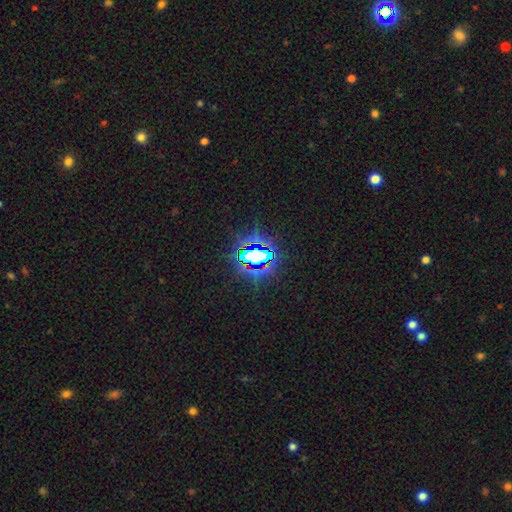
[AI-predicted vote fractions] Overall: star or artifact (76%).